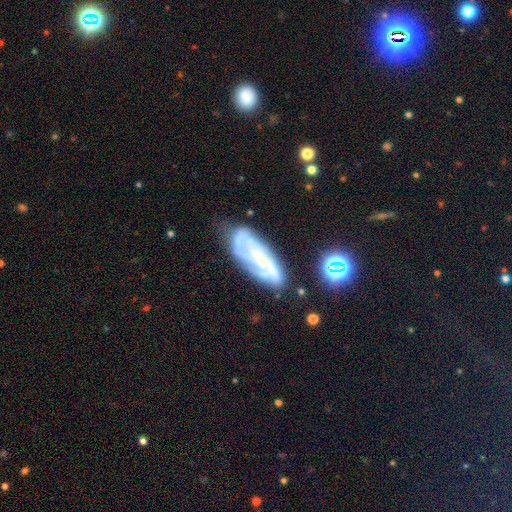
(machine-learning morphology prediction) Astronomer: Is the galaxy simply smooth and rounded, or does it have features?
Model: featured or disk — 65%.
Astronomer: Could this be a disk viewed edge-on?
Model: no — 81%.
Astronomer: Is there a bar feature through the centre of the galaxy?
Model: no — 59%.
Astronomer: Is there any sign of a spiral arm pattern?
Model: yes — 77%.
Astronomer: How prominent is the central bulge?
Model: small — 57%.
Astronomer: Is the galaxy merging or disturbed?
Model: none — 71%.